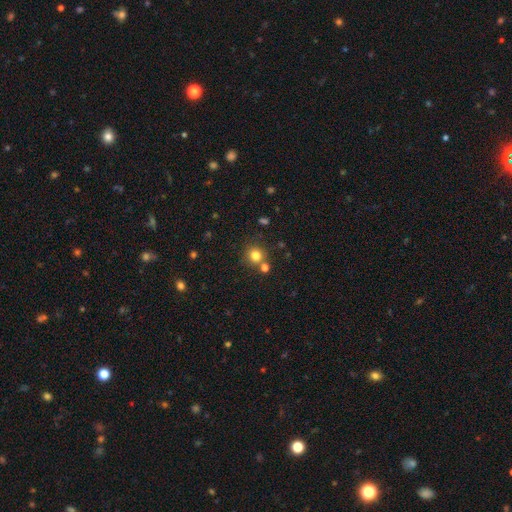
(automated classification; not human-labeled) This is likely a smooth galaxy (79%). How rounded: clearly round (91%). Merging: likely none (73%).